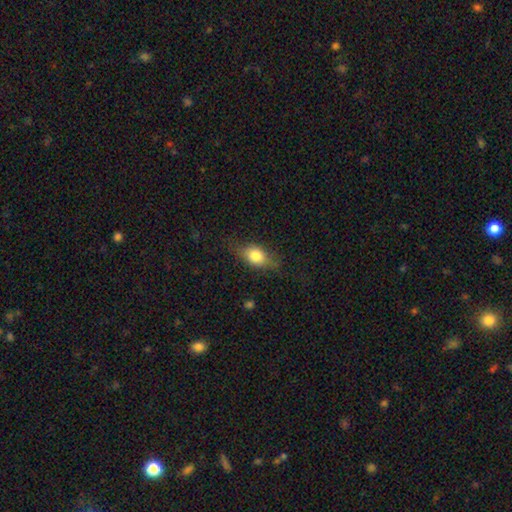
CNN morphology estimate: smooth-or-featured: smooth: 72% | featured or disk: 19% | star or artifact: 9%
  how-rounded: in between: 70% | round: 23% | cigar-shaped: 7%
  merging: none: 69% | minor disturbance: 22% | major disturbance: 8% | merger: 1%